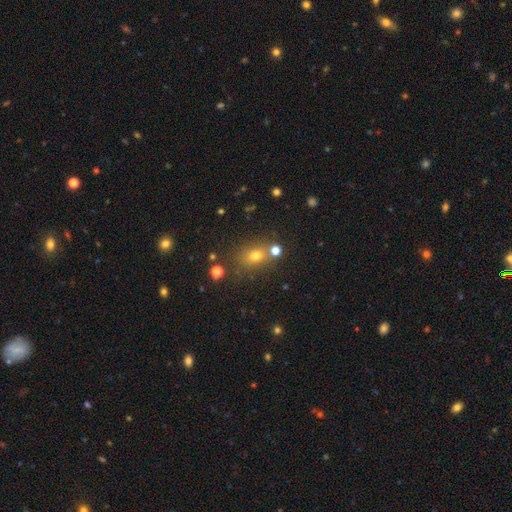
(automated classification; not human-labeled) smooth-or-featured: smooth: 67% | star or artifact: 21% | featured or disk: 11%
  how-rounded: in between: 51% | round: 48% | cigar-shaped: 2%
  merging: none: 70% | merger: 13% | minor disturbance: 12% | major disturbance: 5%